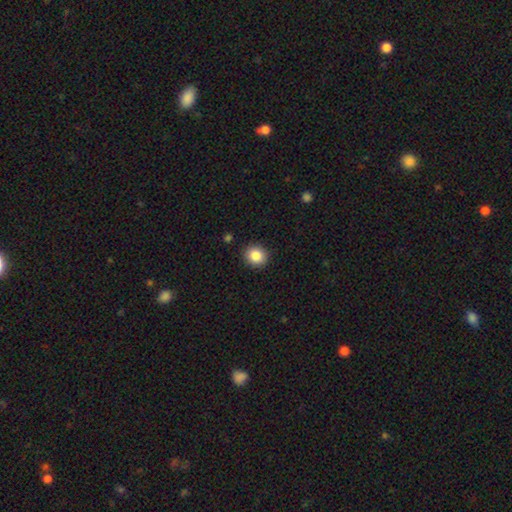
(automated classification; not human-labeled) Smooth or featured: smooth — 85% (star or artifact — 9%)
How rounded: round — 85% (in between — 14%)
Merging: none — 91% (minor disturbance — 6%)